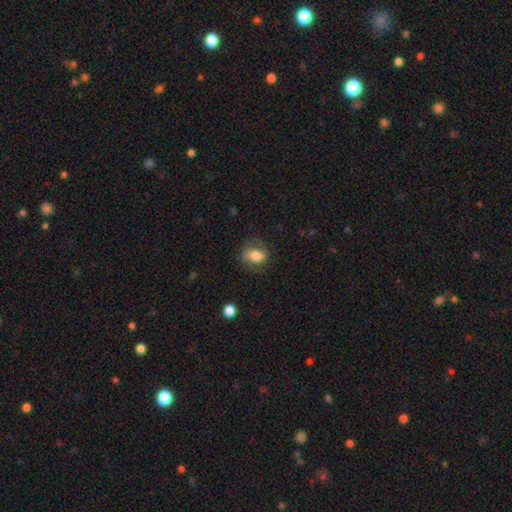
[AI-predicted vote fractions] A smooth galaxy with no disk features (69%) that is in between round and cigar-shaped (68%). Merging: none (69%).